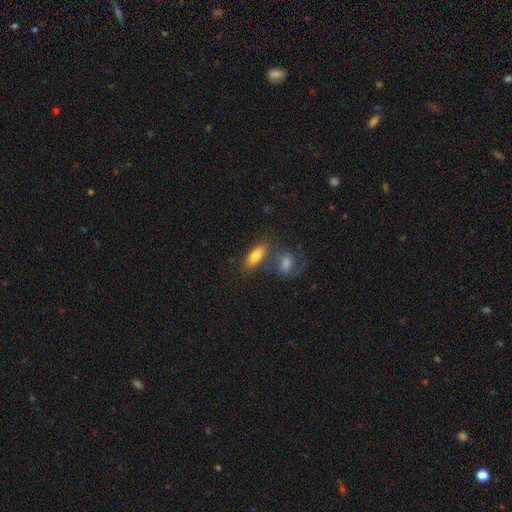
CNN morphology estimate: The model was most divided on "merging": none: 57%, merger: 26%, minor disturbance: 12%, major disturbance: 5%. More confident: smooth or featured — smooth (78%); how rounded — in between (77%).